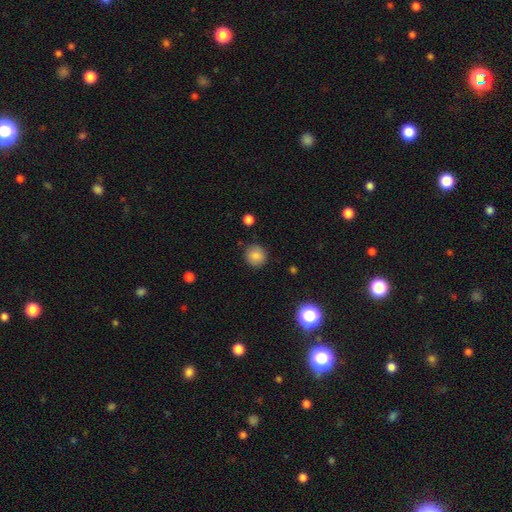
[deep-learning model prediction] The model was most divided on "smooth or featured": smooth: 83%, star or artifact: 10%, featured or disk: 6%. More confident: how rounded — round (92%); merging — none (88%).